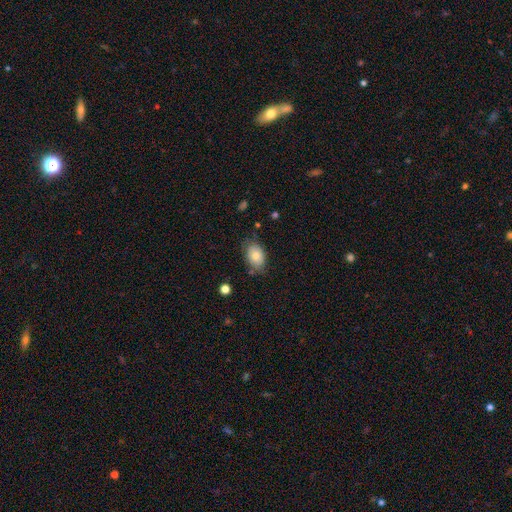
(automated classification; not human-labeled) A smooth galaxy with no disk features (79%) that is in between round and cigar-shaped (83%).

Vote fractions:
- Smooth or featured? smooth: 79% / featured or disk: 13% / star or artifact: 8%
- How rounded? in between: 83% / round: 16% / cigar-shaped: 1%
- Merging? none: 70% / minor disturbance: 22% / major disturbance: 5% / merger: 3%